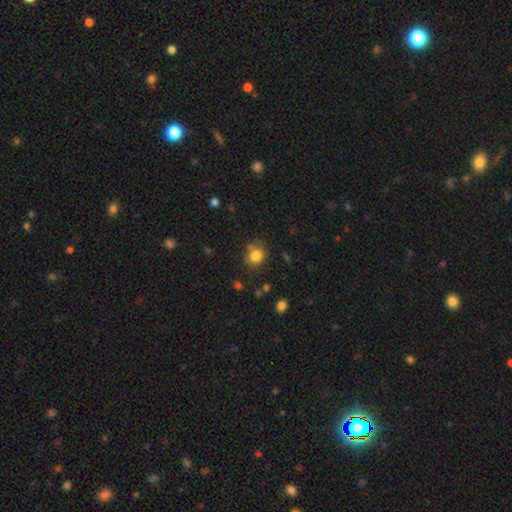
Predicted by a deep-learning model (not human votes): This is clearly a smooth galaxy (81%). How rounded: likely round (70%). Merging: likely none (65%).